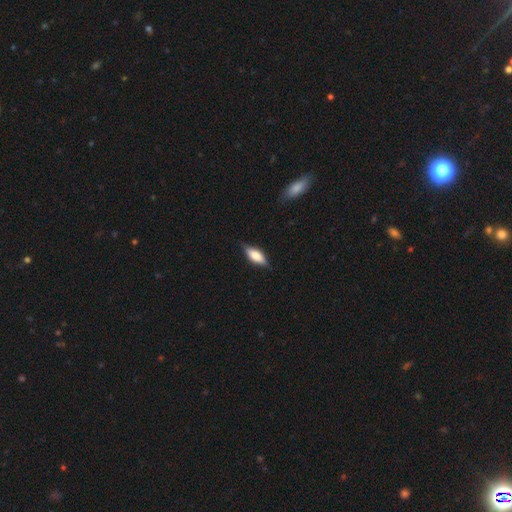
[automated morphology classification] Smooth or featured? smooth (61%)
How rounded? in between (67%)
Merging? none (81%)